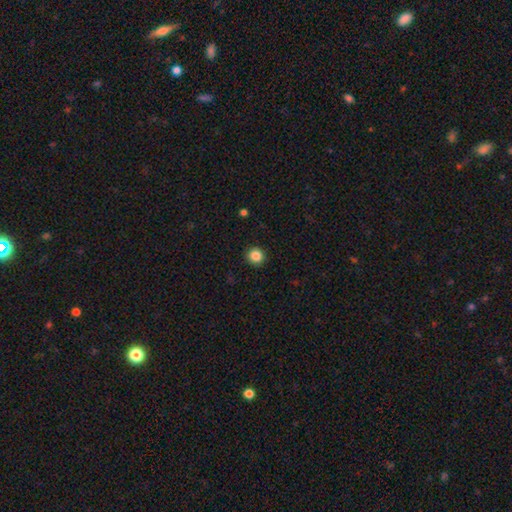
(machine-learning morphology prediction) Smooth or featured? Predicted: smooth (p=0.86). How rounded? Predicted: round (p=0.93). Merging? Predicted: none (p=0.92).